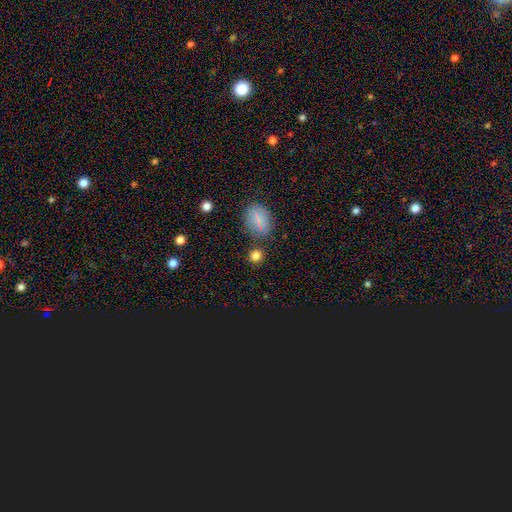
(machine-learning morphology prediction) type=smooth (80%); roundness=round (78%); merging=none (81%).